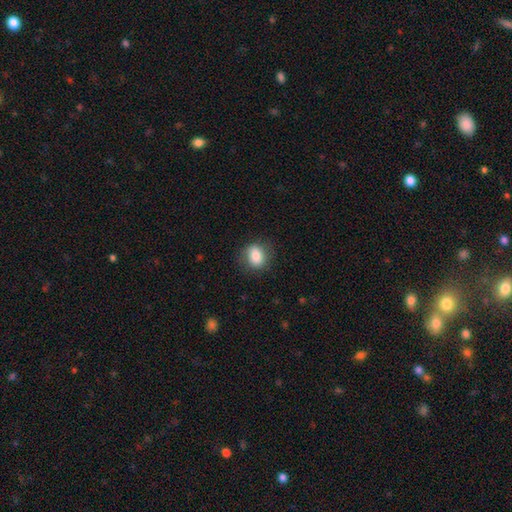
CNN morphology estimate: This is clearly a smooth galaxy (81%). How rounded: possibly in between (50%). Merging: likely none (79%).